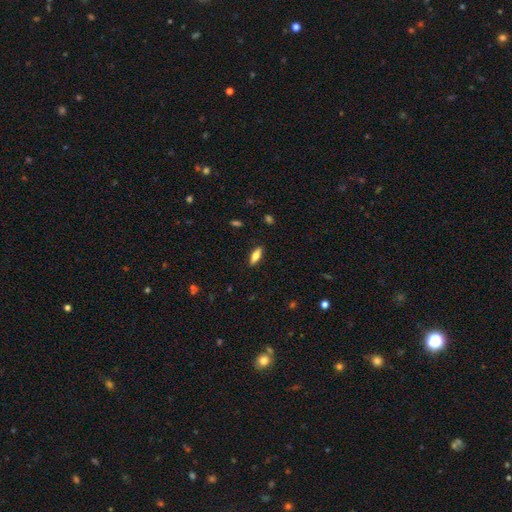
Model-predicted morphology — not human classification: This appears to be a smooth galaxy with no disk features (66%) that is in between round and cigar-shaped (65%). Merging: none (88%).